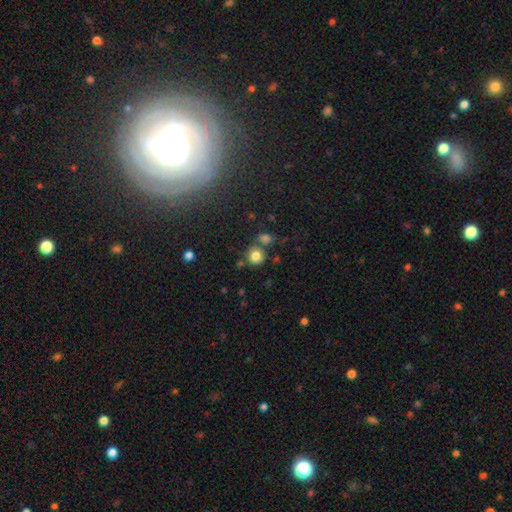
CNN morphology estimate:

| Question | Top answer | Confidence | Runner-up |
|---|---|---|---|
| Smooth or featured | smooth | 81% | star or artifact (12%) |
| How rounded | round | 89% | in between (10%) |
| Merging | none | 70% | merger (17%) |